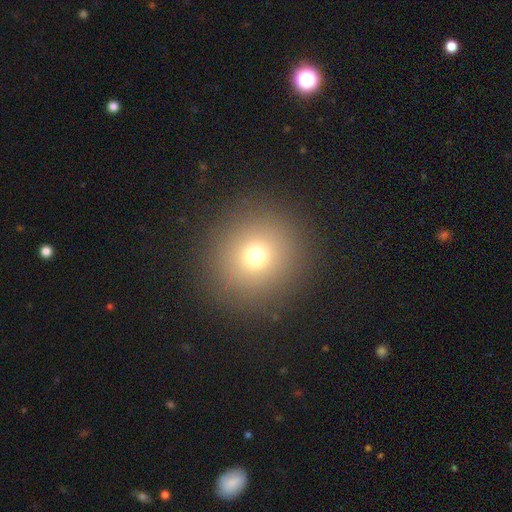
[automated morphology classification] Smooth or featured? smooth (71%)
How rounded? round (94%)
Merging? none (90%)